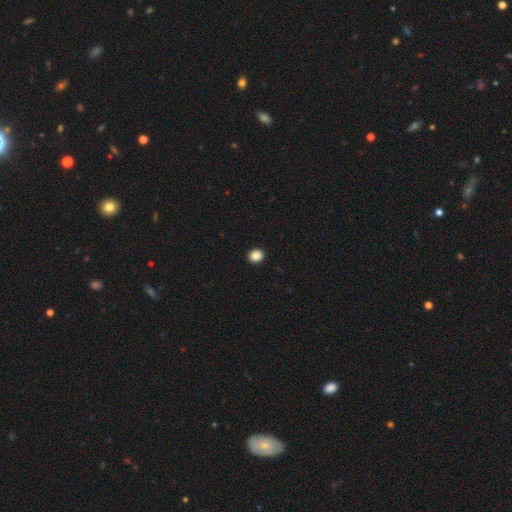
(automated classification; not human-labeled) smooth-or-featured: smooth: 86% | star or artifact: 9% | featured or disk: 4%
  how-rounded: round: 78% | in between: 21% | cigar-shaped: 1%
  merging: none: 94% | minor disturbance: 4% | major disturbance: 1% | merger: 1%